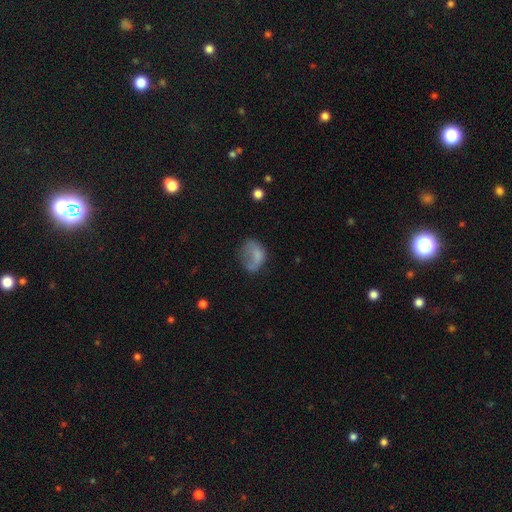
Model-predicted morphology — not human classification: Q: Smooth or featured?
A: smooth (66%); runner-up: featured or disk (23%)
Q: How rounded?
A: in between (69%); runner-up: round (29%)
Q: Merging?
A: major disturbance (37%); runner-up: none (31%)